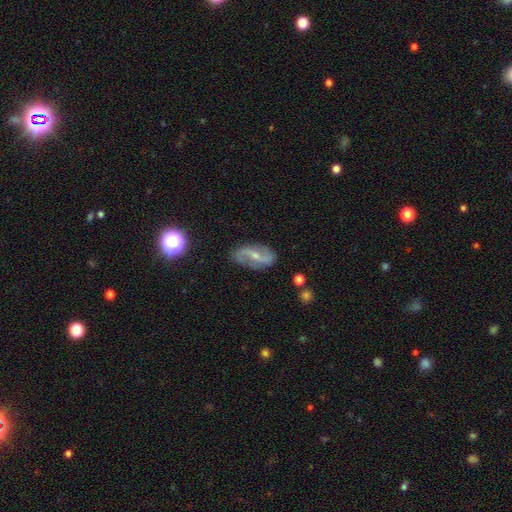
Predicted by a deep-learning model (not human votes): Smooth or featured? Predicted: featured or disk (p=0.80). Edge-on disk? Predicted: no (p=0.95). Bar? Predicted: weak (p=0.41). Spiral arms? Predicted: yes (p=0.92). Spiral winding? Predicted: loose (p=0.60). Spiral arm count? Predicted: 2 (p=0.91). Bulge size? Predicted: small (p=0.59). Merging? Predicted: none (p=0.80).